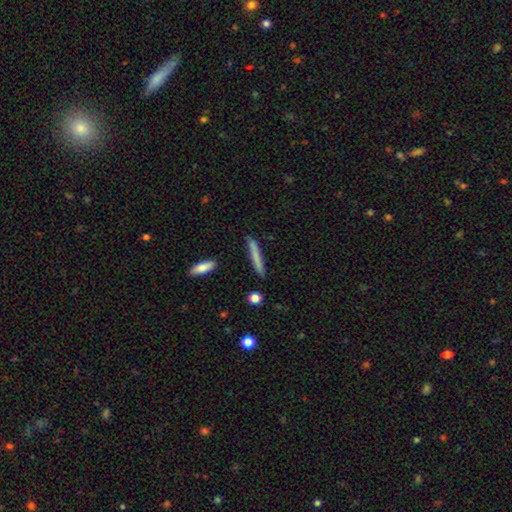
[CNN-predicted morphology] Smooth or featured? smooth (75%)
How rounded? cigar-shaped (95%)
Merging? none (88%)